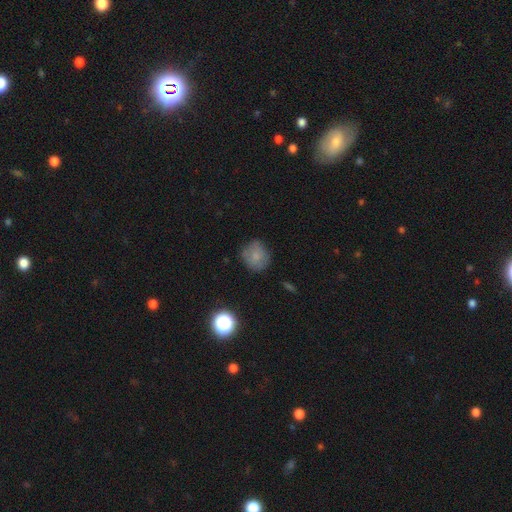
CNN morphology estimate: Smooth or featured? smooth (73%)
How rounded? round (81%)
Merging? none (70%)